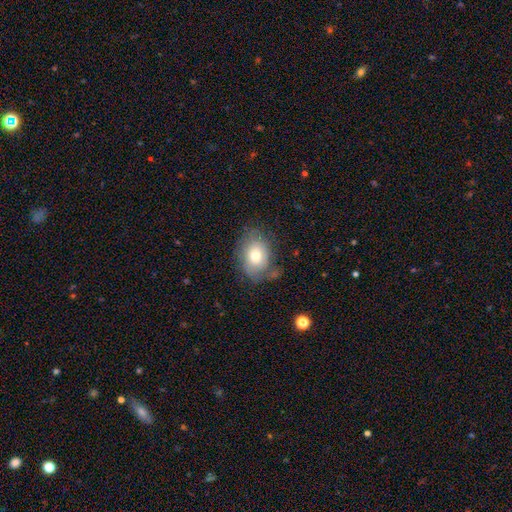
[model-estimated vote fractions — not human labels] smooth 70%, featured or disk 22%, star or artifact 8%. Down the decision tree: how rounded — in between (74%); merging — none (62%).